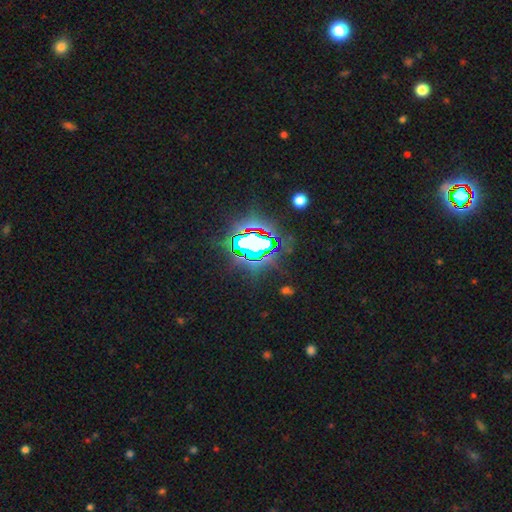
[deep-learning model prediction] Smooth or featured? star or artifact (73%)